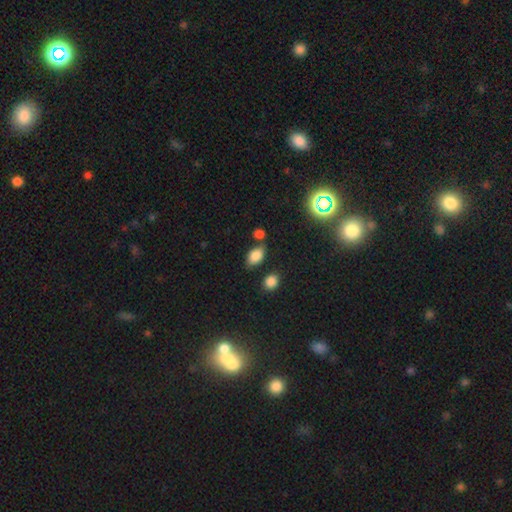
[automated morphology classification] This is clearly a smooth galaxy (80%). How rounded: clearly in between (90%). Merging: likely none (67%).